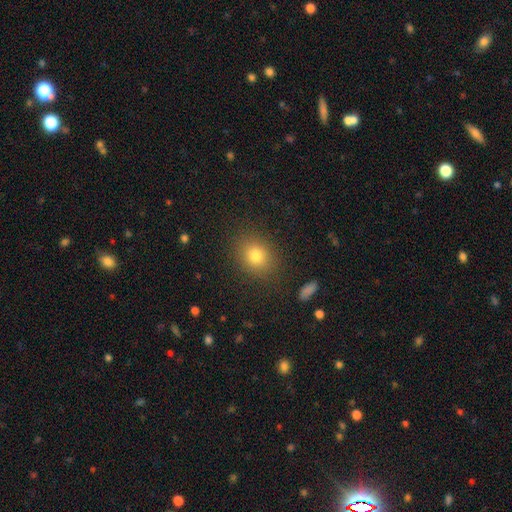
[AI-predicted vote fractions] This is likely a smooth galaxy (79%). How rounded: possibly round (58%). Merging: clearly none (86%).